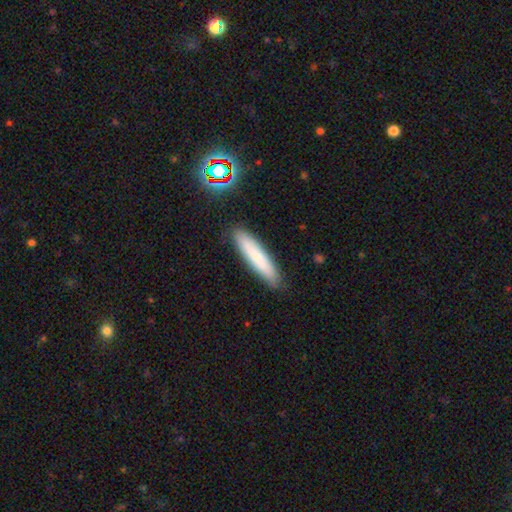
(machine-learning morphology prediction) Smooth or featured? smooth (76%)
How rounded? cigar-shaped (86%)
Merging? none (88%)